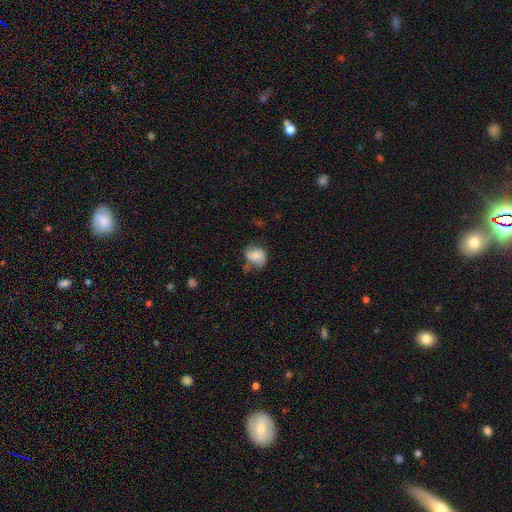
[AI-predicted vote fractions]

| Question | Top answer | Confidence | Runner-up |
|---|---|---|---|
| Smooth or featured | smooth | 70% | featured or disk (21%) |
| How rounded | round | 52% | in between (47%) |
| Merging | none | 46% | minor disturbance (34%) |